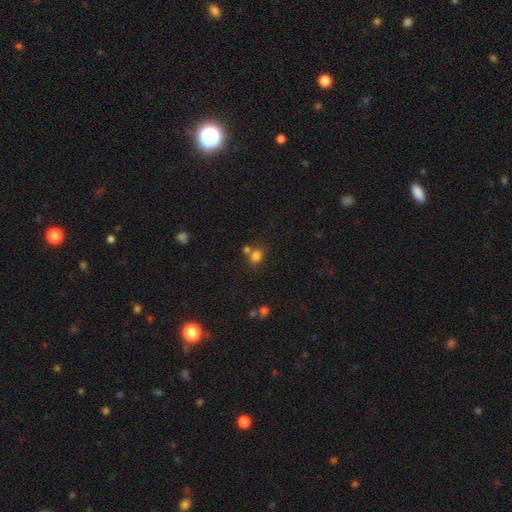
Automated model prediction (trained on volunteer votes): Q: Smooth or featured?
A: smooth (79%); runner-up: star or artifact (14%)
Q: How rounded?
A: round (65%); runner-up: in between (34%)
Q: Merging?
A: none (59%); runner-up: merger (26%)